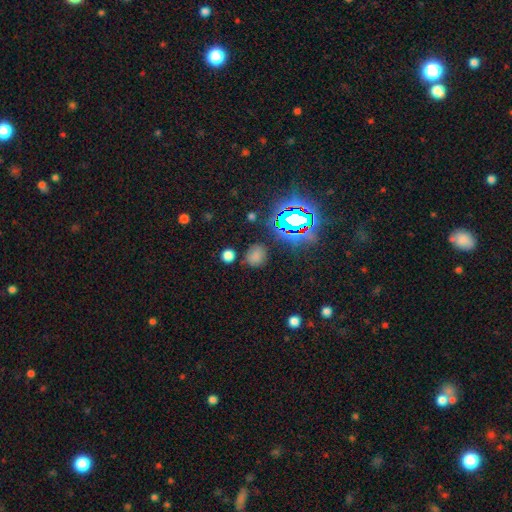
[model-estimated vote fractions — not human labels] smooth-or-featured: smooth: 68% | star or artifact: 26% | featured or disk: 7%
  how-rounded: round: 71% | in between: 28% | cigar-shaped: 1%
  merging: none: 76% | minor disturbance: 13% | merger: 5% | major disturbance: 5%